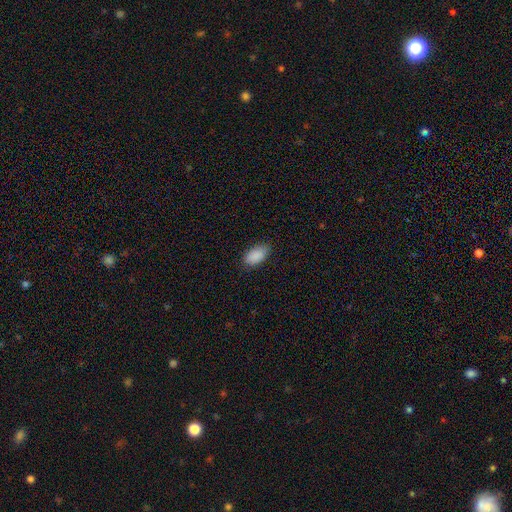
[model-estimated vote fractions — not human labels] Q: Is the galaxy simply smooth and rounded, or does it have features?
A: smooth — 90%.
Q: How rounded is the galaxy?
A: in between — 94%.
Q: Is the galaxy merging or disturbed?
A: none — 85%.